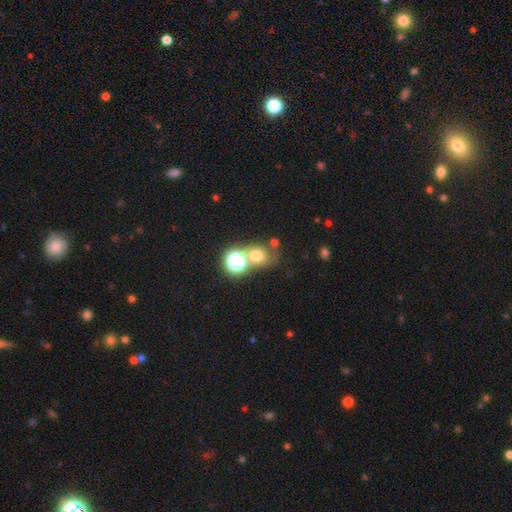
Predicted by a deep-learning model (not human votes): Smooth or featured? Predicted: smooth (p=0.64). How rounded? Predicted: round (p=0.72). Merging? Predicted: none (p=0.48).